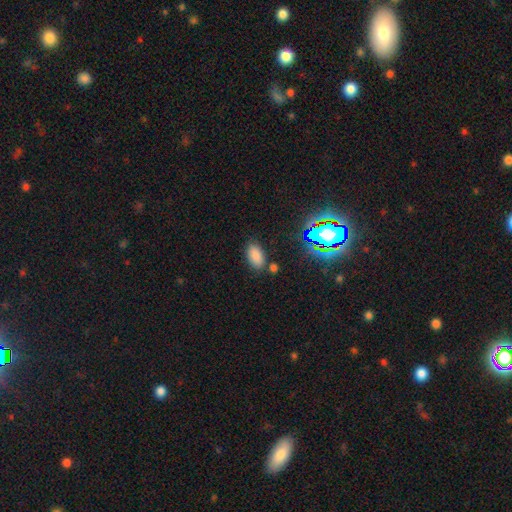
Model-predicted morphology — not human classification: Smooth or featured? Predicted: smooth (p=0.79). How rounded? Predicted: in between (p=0.92). Merging? Predicted: none (p=0.80).